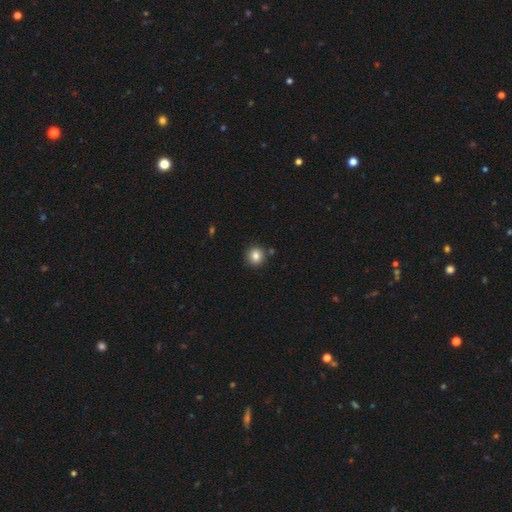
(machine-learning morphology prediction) The model was most divided on "smooth or featured": smooth: 83%, star or artifact: 11%, featured or disk: 6%. More confident: how rounded — round (93%); merging — none (87%).